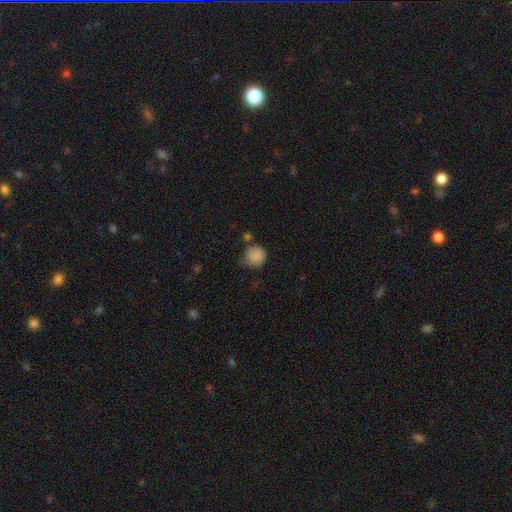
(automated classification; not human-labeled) smooth-or-featured: smooth: 84% | star or artifact: 10% | featured or disk: 6%
  how-rounded: round: 83% | in between: 16% | cigar-shaped: 1%
  merging: none: 51% | minor disturbance: 34% | major disturbance: 10% | merger: 6%